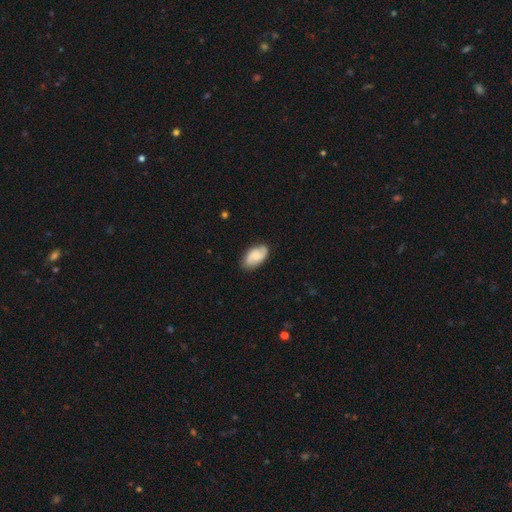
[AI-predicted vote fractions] This is possibly a smooth galaxy (57%). How rounded: clearly in between (93%). Merging: likely none (77%).